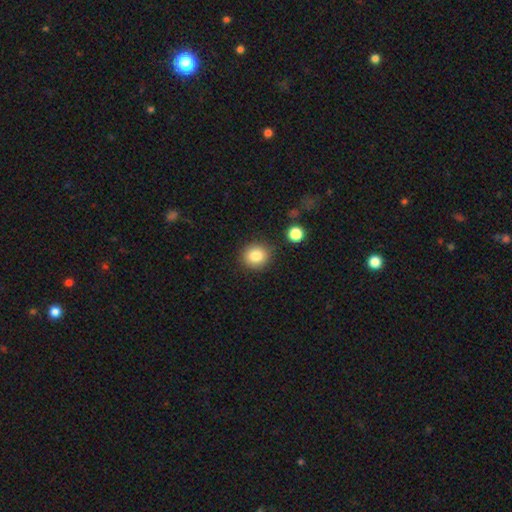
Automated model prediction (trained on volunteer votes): smooth 85%, star or artifact 10%, featured or disk 6%. Down the decision tree: how rounded — round (80%); merging — none (85%).